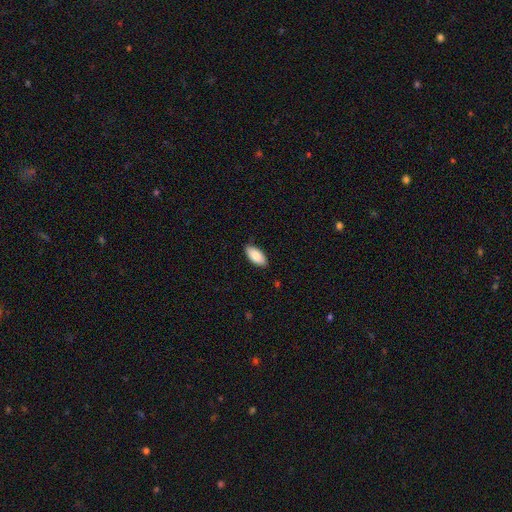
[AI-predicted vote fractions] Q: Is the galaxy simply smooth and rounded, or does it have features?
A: smooth — 87%.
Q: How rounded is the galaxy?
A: in between — 92%.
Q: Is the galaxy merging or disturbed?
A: none — 87%.